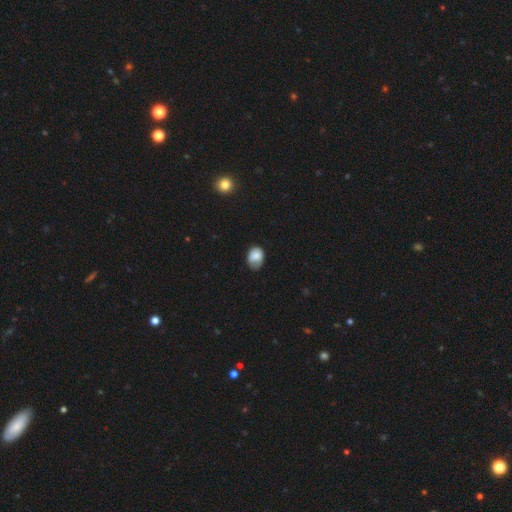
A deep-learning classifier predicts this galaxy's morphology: Overall: smooth (81%). How rounded: in between (69%; round 30%). Merging: none (48%; minor disturbance 39%).